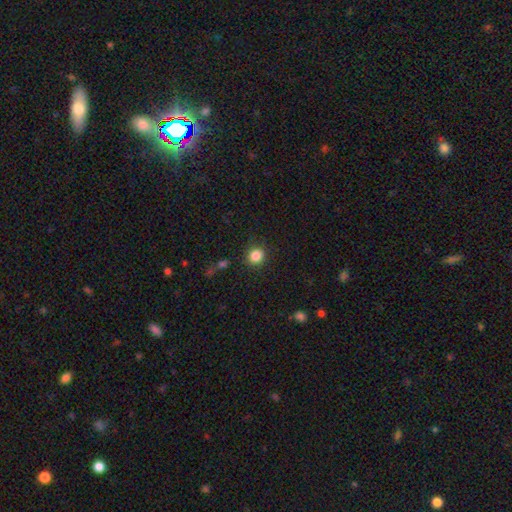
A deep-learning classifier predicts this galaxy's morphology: This is clearly a smooth galaxy (85%). How rounded: clearly round (84%). Merging: clearly none (87%).